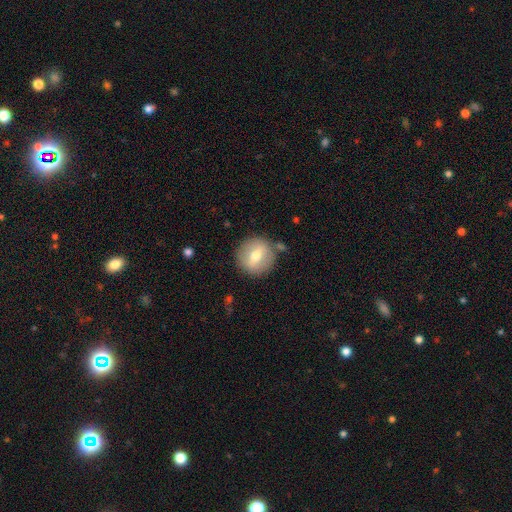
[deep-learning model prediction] Morphology: type=smooth (58%); roundness=round (93%); merging=none (85%).